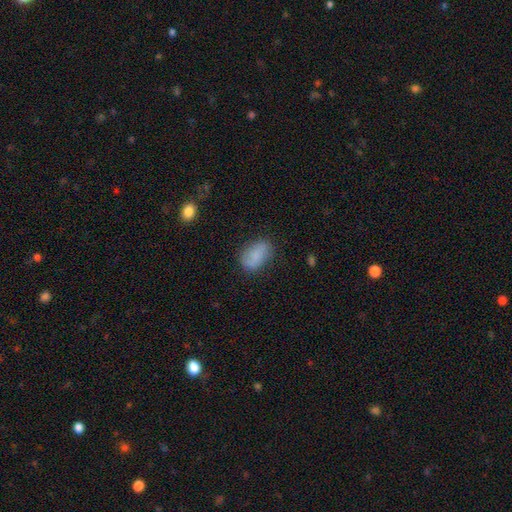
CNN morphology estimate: The model was most divided on "merging": none: 71%, minor disturbance: 22%, major disturbance: 6%, merger: 2%. More confident: how rounded — in between (89%); smooth or featured — smooth (81%).